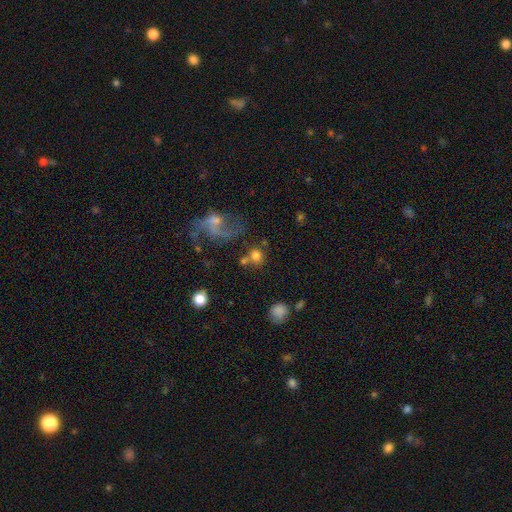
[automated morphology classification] A smooth galaxy with no disk features (73%) that is round (80%).

Vote fractions:
- Smooth or featured? smooth: 73% / featured or disk: 14% / star or artifact: 12%
- How rounded? round: 80% / in between: 19% / cigar-shaped: 1%
- Merging? none: 56% / merger: 24% / minor disturbance: 11% / major disturbance: 8%